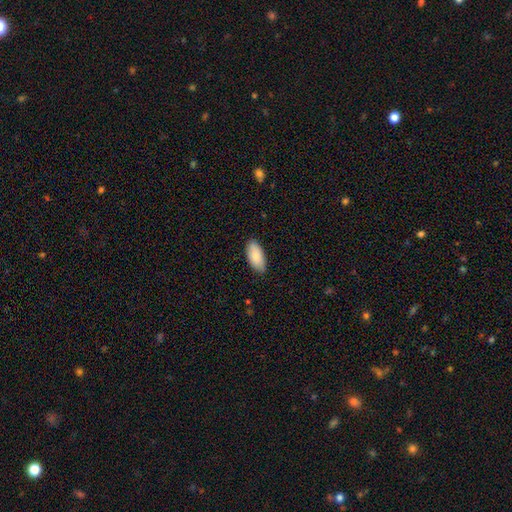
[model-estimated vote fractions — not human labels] Smooth or featured?
  - smooth: 85% *
  - featured or disk: 9%
  - star or artifact: 6%
How rounded?
  - in between: 93% *
  - cigar-shaped: 5%
  - round: 2%
Merging?
  - none: 84% *
  - minor disturbance: 13%
  - major disturbance: 2%
  - merger: 1%